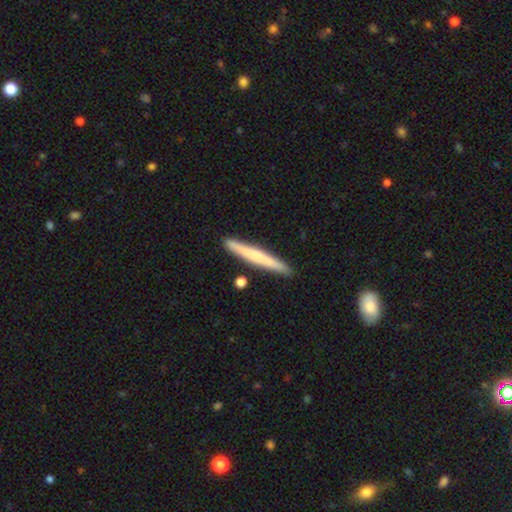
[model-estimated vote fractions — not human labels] Smooth or featured: smooth — 59% (featured or disk — 36%)
How rounded: cigar-shaped — 96% (in between — 2%)
Merging: none — 89% (minor disturbance — 7%)